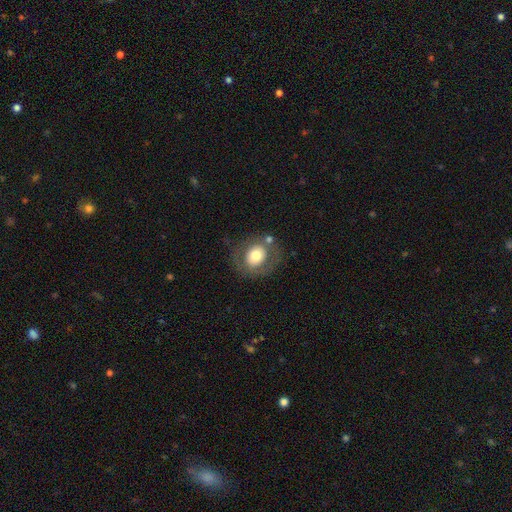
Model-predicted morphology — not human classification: smooth_or_featured: smooth (p=0.61) [alt: featured or disk p=0.31]
how_rounded: round (p=0.69) [alt: in between p=0.30]
merging: none (p=0.71) [alt: minor disturbance p=0.14]